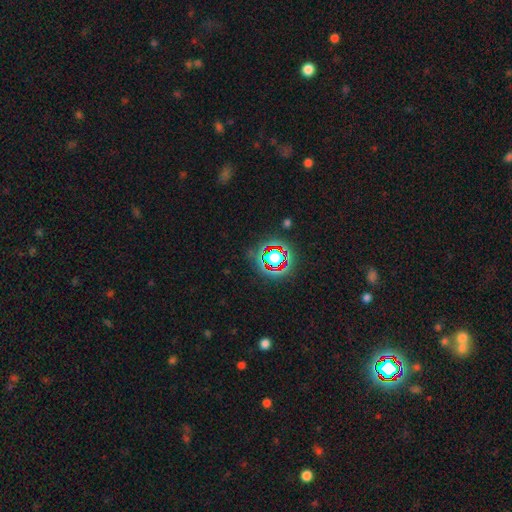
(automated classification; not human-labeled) Smooth or featured: star or artifact — 77% (smooth — 13%)